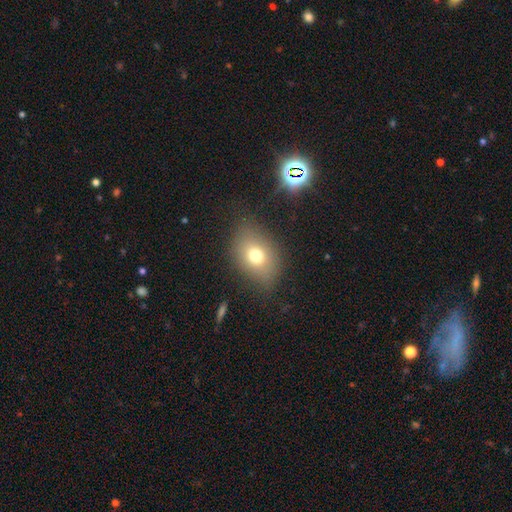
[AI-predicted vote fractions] Smooth or featured? smooth (72%)
How rounded? in between (71%)
Merging? none (75%)